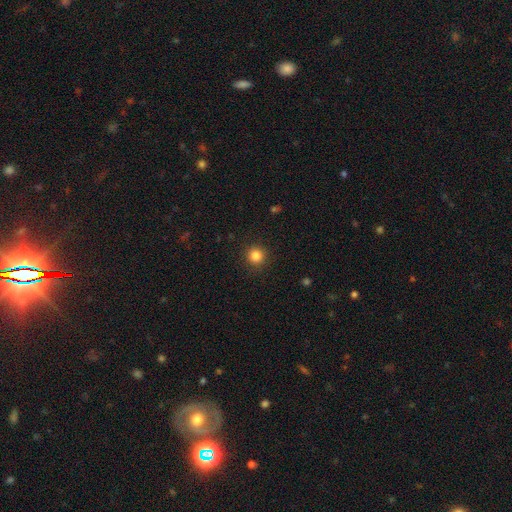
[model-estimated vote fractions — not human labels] This is clearly a smooth galaxy (84%). How rounded: clearly round (94%). Merging: clearly none (91%).